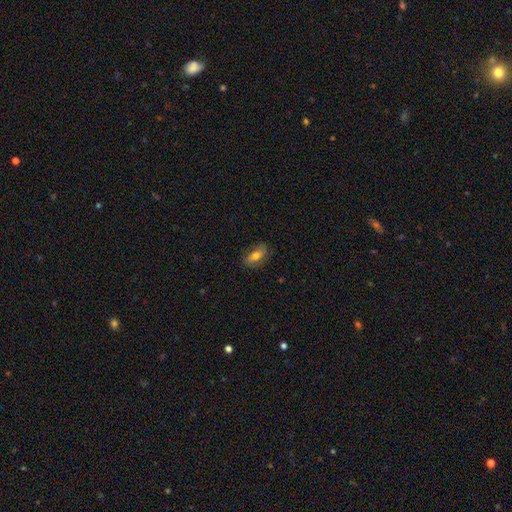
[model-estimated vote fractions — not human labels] Smooth or featured? smooth (62%)
How rounded? in between (84%)
Merging? none (78%)